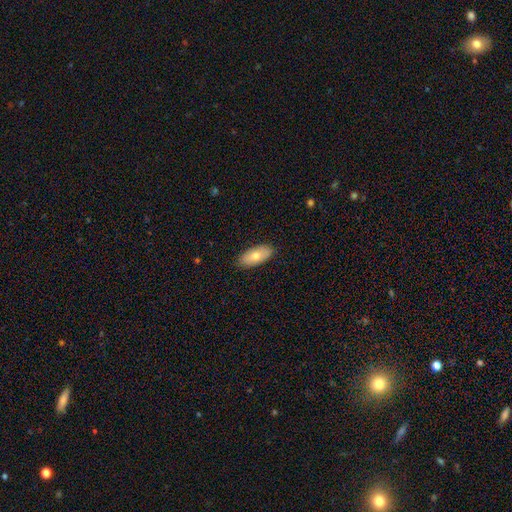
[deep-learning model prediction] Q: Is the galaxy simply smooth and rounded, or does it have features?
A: smooth — 70%.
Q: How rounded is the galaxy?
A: in between — 89%.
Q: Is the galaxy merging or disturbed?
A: none — 89%.